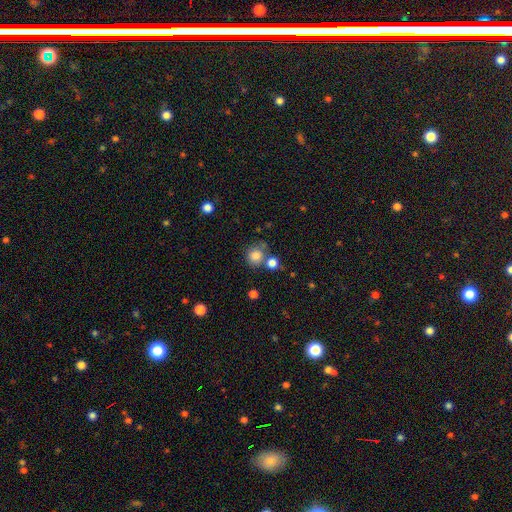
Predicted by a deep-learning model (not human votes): Morphology: type=smooth (82%); roundness=round (86%); merging=none (62%).